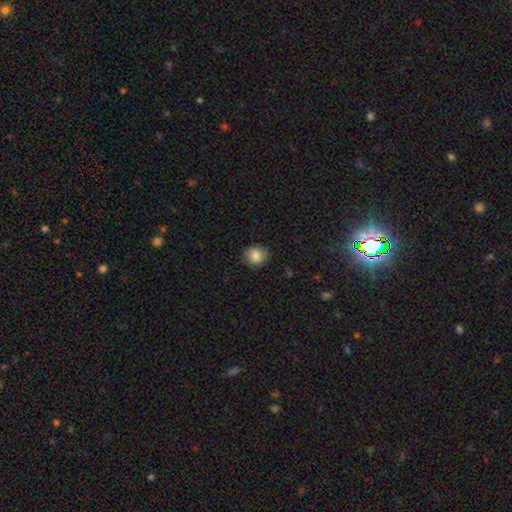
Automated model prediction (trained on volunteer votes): A smooth galaxy with no disk features (84%) that is round (74%). Merging: none (83%).